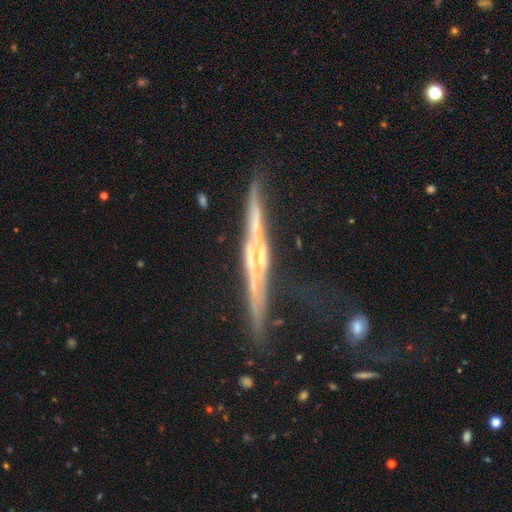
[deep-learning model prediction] featured or disk 82%, smooth 11%, star or artifact 7%. Down the decision tree: edge-on disk — yes (96%); edge-on bulge — rounded (41%); merging — none (69%).